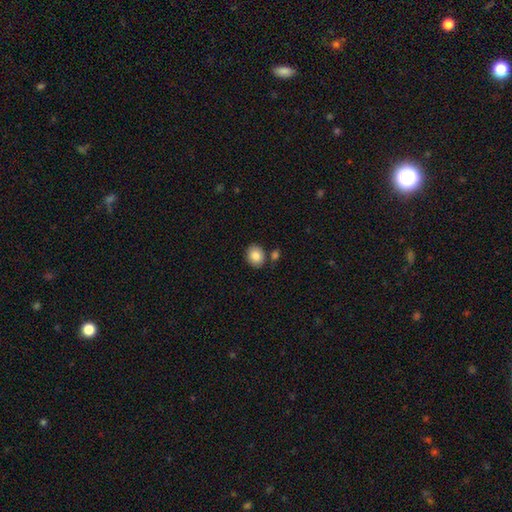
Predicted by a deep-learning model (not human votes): smooth 85%, star or artifact 8%, featured or disk 7%. Down the decision tree: how rounded — round (53%); merging — none (79%).